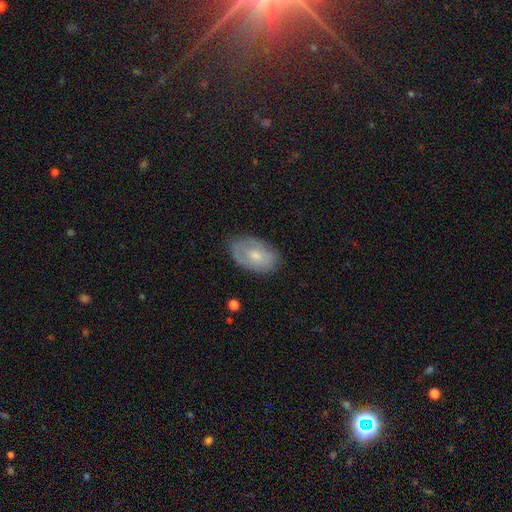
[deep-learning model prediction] The model was most divided on "smooth or featured": smooth: 51%, featured or disk: 43%, star or artifact: 7%. More confident: how rounded — in between (90%); merging — none (74%).